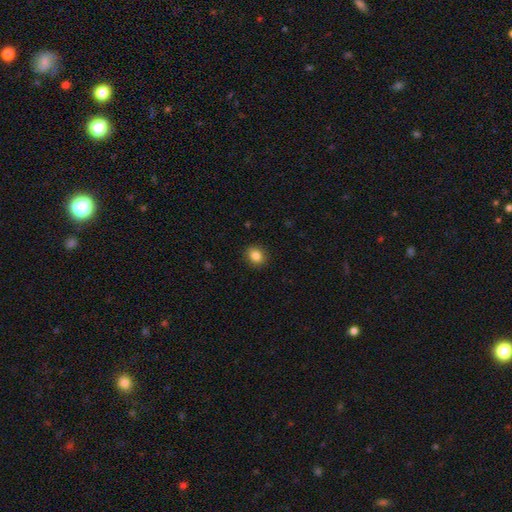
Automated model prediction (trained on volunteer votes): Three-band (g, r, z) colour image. It shows a smooth galaxy with no disk features (86%) that is round (70%). Merging: none (91%).